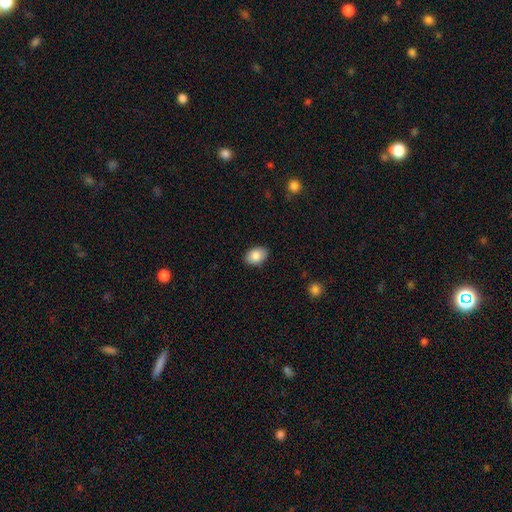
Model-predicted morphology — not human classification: A smooth galaxy with no disk features (86%) that is in between round and cigar-shaped (85%). Merging: none (88%).